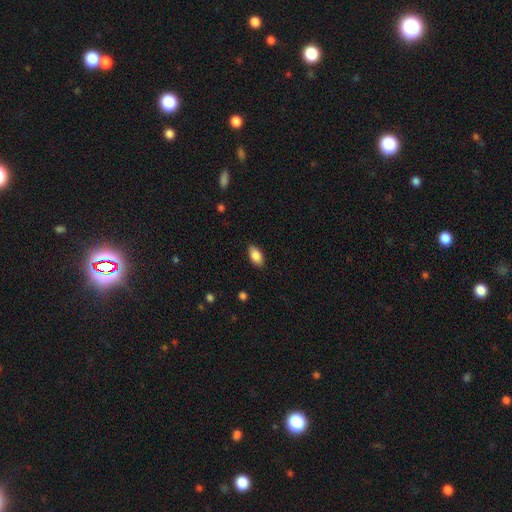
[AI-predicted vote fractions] Smooth or featured: smooth — 87% (star or artifact — 7%)
How rounded: in between — 93% (round — 4%)
Merging: none — 87% (minor disturbance — 10%)